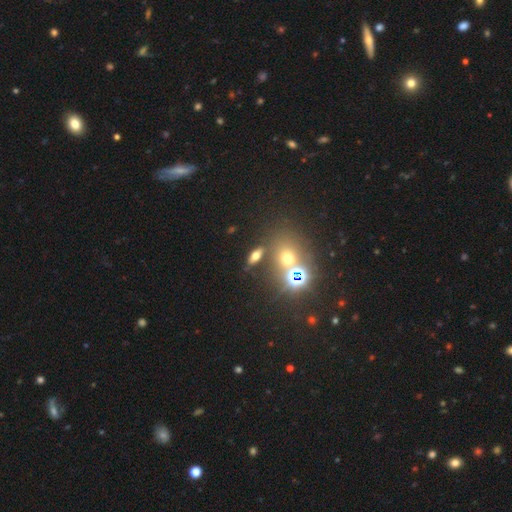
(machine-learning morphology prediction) Smooth or featured? smooth (49%)
Merging? none (75%)